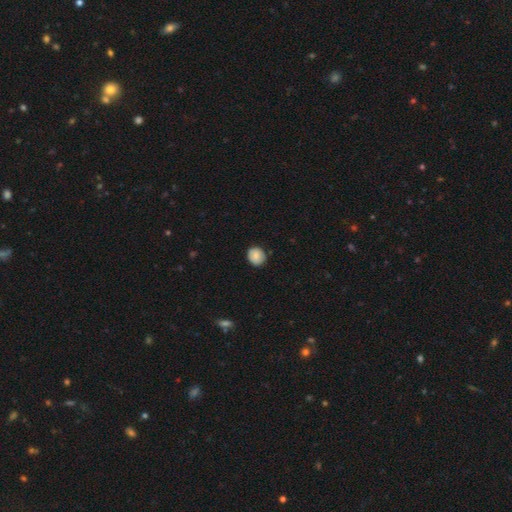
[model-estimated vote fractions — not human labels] Smooth or featured? Predicted: smooth (p=0.82). How rounded? Predicted: round (p=0.81). Merging? Predicted: none (p=0.84).